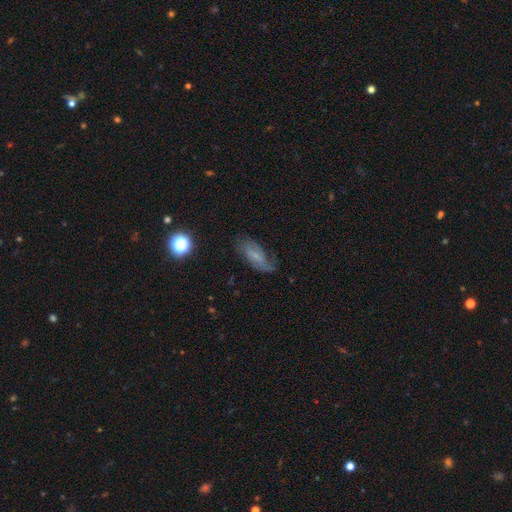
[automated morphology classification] Q: Smooth or featured?
A: featured or disk (55%); runner-up: smooth (34%)
Q: Edge-on disk?
A: no (90%); runner-up: yes (10%)
Q: Merging?
A: none (61%); runner-up: minor disturbance (25%)